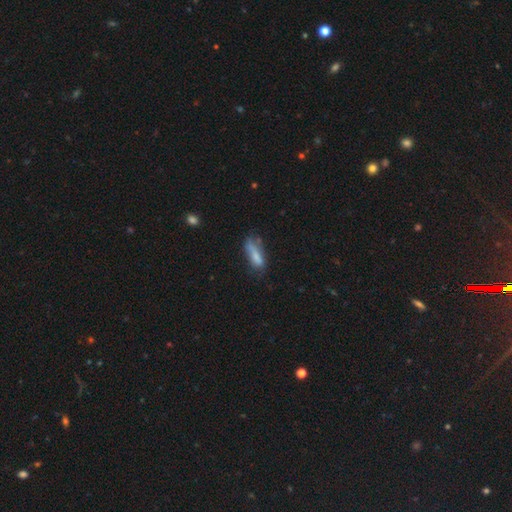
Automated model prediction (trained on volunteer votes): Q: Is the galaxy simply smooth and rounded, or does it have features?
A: smooth — 73%.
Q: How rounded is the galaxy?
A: in between — 54%.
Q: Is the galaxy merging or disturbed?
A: none — 43%.